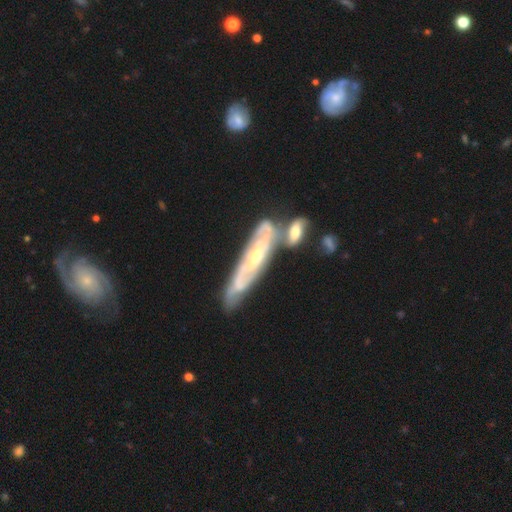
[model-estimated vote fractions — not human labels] Smooth or featured?
  - featured or disk: 81% *
  - smooth: 14%
  - star or artifact: 5%
Edge-on disk?
  - no: 70% *
  - yes: 30%
Bar?
  - no: 52% *
  - weak: 34%
  - strong: 14%
Spiral arms?
  - yes: 89% *
  - no: 11%
Spiral winding?
  - tight: 60% *
  - medium: 31%
  - loose: 9%
Spiral arm count?
  - can't tell: 46% *
  - 2: 36%
  - 3: 8%
  - 4: 3%
  - 1: 3%
  - more than 4: 3%
Bulge size?
  - small: 49% *
  - moderate: 46%
  - large: 3%
  - none: 2%
  - dominant: 1%
Merging?
  - none: 50% *
  - merger: 28%
  - minor disturbance: 16%
  - major disturbance: 6%